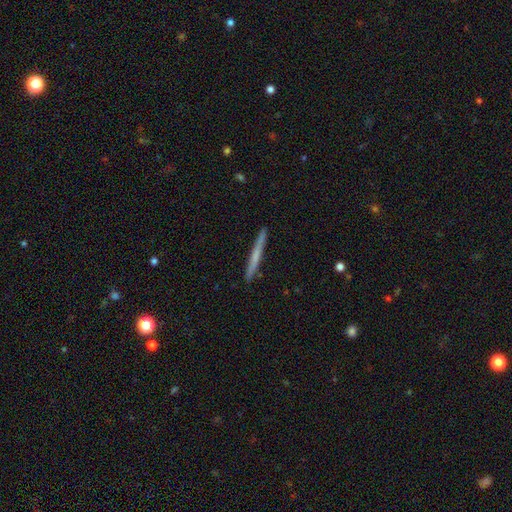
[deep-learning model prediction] The model was most divided on "smooth or featured": smooth: 51%, featured or disk: 43%, star or artifact: 6%. More confident: how rounded — cigar-shaped (97%); merging — none (92%).